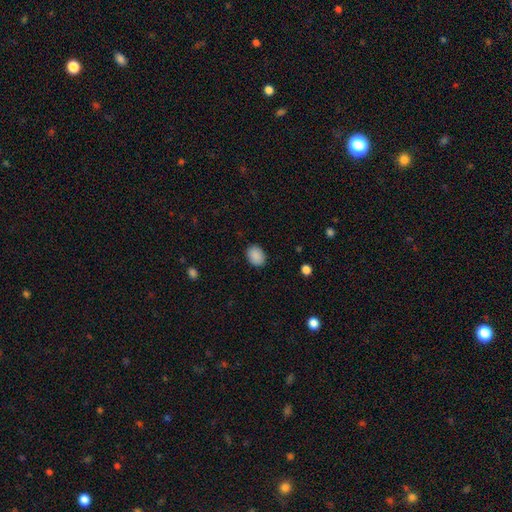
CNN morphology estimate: smooth 89%, star or artifact 8%, featured or disk 3%. Down the decision tree: how rounded — in between (61%); merging — none (87%).